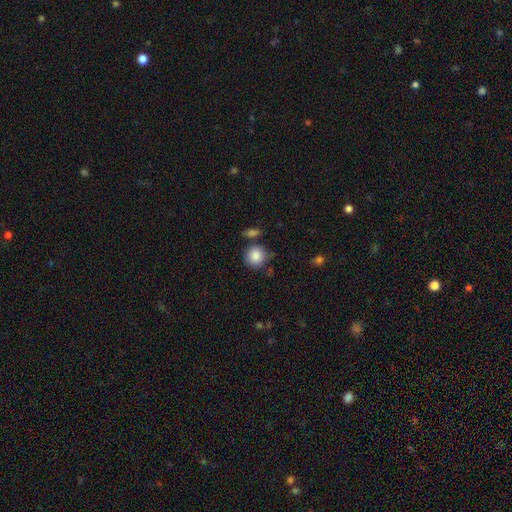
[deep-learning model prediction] smooth-or-featured: smooth: 87% | star or artifact: 8% | featured or disk: 5%
  how-rounded: round: 88% | in between: 11% | cigar-shaped: 1%
  merging: none: 73% | minor disturbance: 13% | merger: 9% | major disturbance: 4%